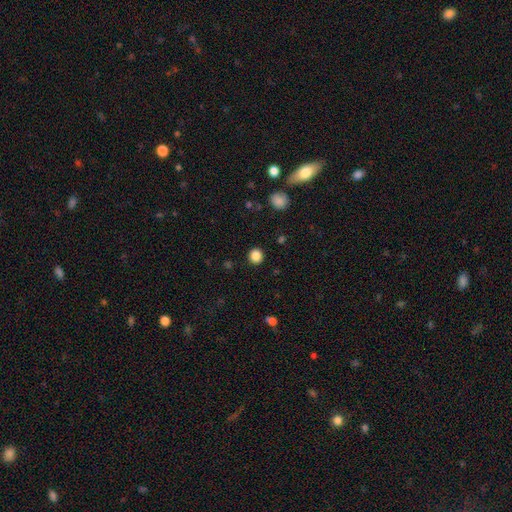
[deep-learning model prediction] Overall: smooth (85%). How rounded: round (92%). Merging: none (92%).